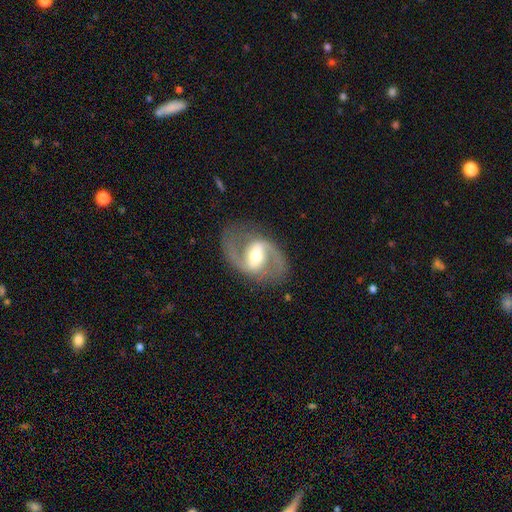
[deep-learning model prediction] This is clearly a featured or disk galaxy (90%). It is clearly not viewed edge-on (97%). Bar: possibly strong (46%). Spiral arm pattern: clearly yes (96%). Spiral arm count: clearly 2 (93%). Spiral winding: possibly medium (59%). Central bulge: likely moderate (66%). Merging: clearly none (81%).